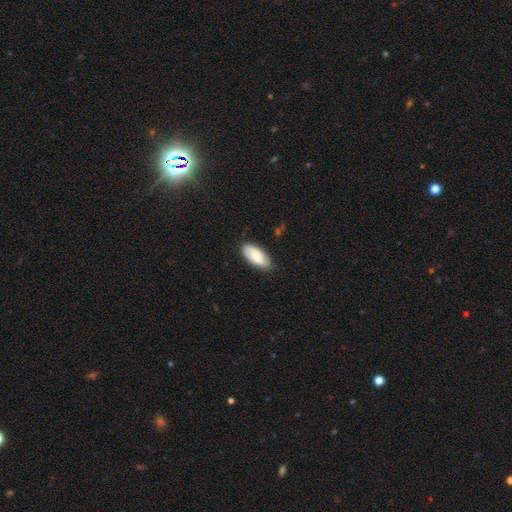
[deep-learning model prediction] Morphology: type=smooth (71%); roundness=in between (91%); merging=none (85%).